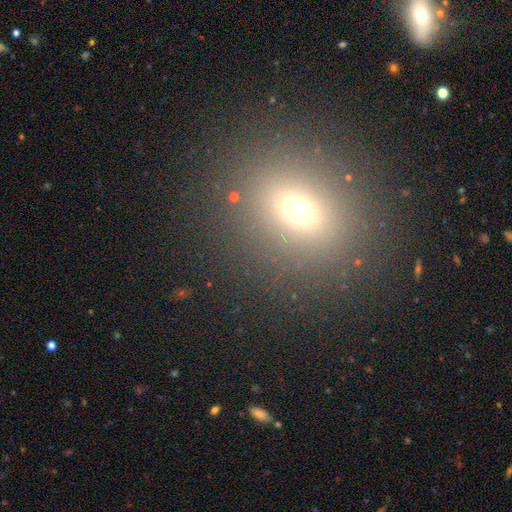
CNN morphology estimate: This is likely a smooth galaxy (65%). How rounded: possibly round (55%). Merging: clearly none (87%).